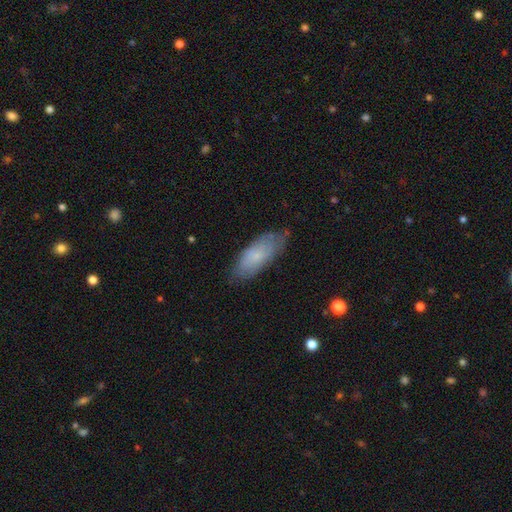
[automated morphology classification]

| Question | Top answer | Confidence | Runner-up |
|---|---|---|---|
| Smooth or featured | smooth | 70% | featured or disk (23%) |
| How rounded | in between | 77% | cigar-shaped (21%) |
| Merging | none | 72% | minor disturbance (22%) |